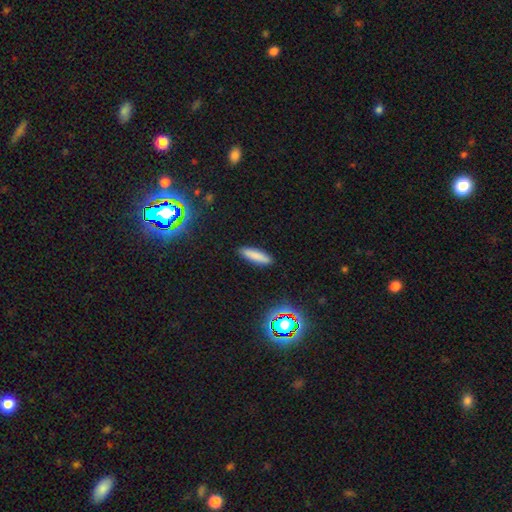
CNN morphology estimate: smooth 83%, star or artifact 9%, featured or disk 8%. Down the decision tree: how rounded — cigar-shaped (70%); merging — none (90%).